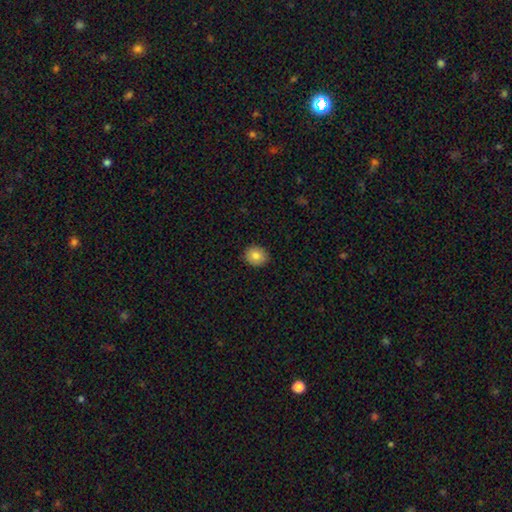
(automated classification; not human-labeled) Smooth or featured?
  - smooth: 83% *
  - star or artifact: 9%
  - featured or disk: 9%
How rounded?
  - round: 69% *
  - in between: 30%
  - cigar-shaped: 1%
Merging?
  - none: 90% *
  - minor disturbance: 8%
  - major disturbance: 2%
  - merger: 1%